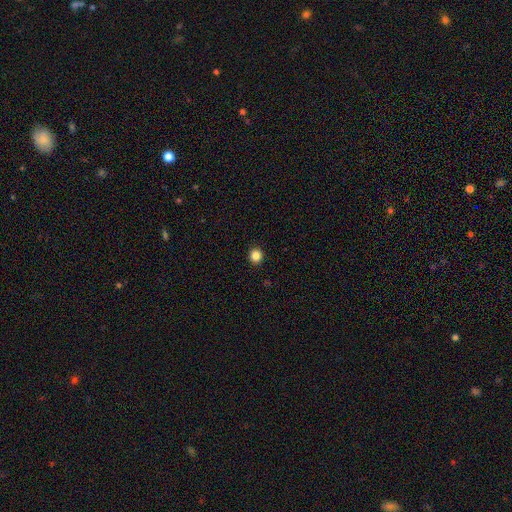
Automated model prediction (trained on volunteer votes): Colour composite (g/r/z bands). It shows a smooth galaxy with no disk features (84%) that is round (91%). Merging: none (93%).